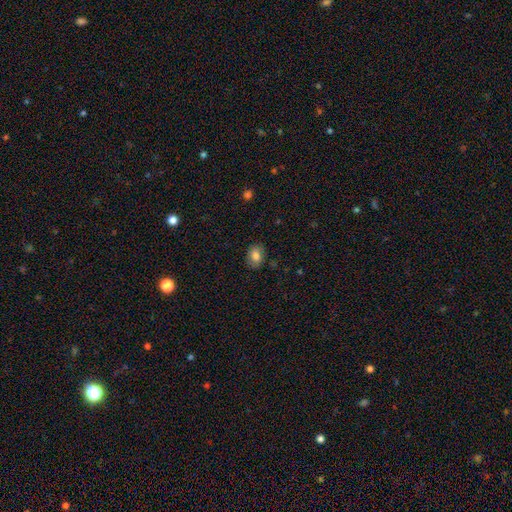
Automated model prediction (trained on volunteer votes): This appears to be a smooth galaxy with no disk features (78%) that is in between round and cigar-shaped (78%). Merging: none (82%).